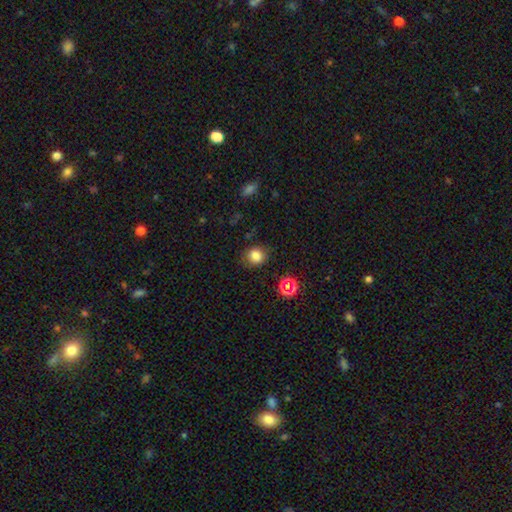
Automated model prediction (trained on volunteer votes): Smooth or featured: smooth — 81% (star or artifact — 13%)
How rounded: round — 72% (in between — 27%)
Merging: none — 81% (minor disturbance — 13%)